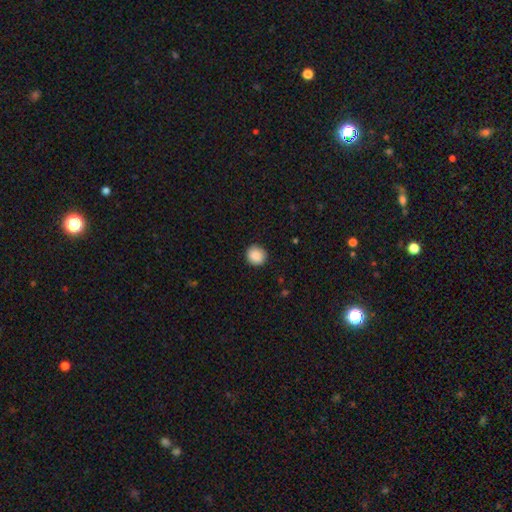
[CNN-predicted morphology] smooth-or-featured: smooth: 89% | star or artifact: 8% | featured or disk: 3%
  how-rounded: round: 90% | in between: 9% | cigar-shaped: 1%
  merging: none: 91% | minor disturbance: 6% | major disturbance: 2% | merger: 1%